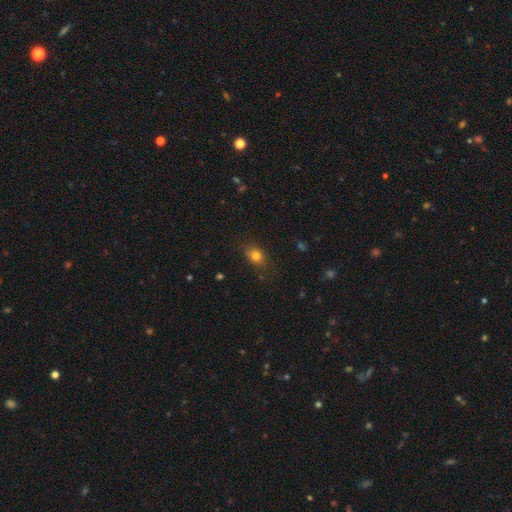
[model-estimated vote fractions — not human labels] Smooth or featured?
  - smooth: 78% *
  - star or artifact: 12%
  - featured or disk: 9%
How rounded?
  - in between: 57% *
  - round: 40%
  - cigar-shaped: 3%
Merging?
  - none: 77% *
  - minor disturbance: 17%
  - major disturbance: 4%
  - merger: 1%